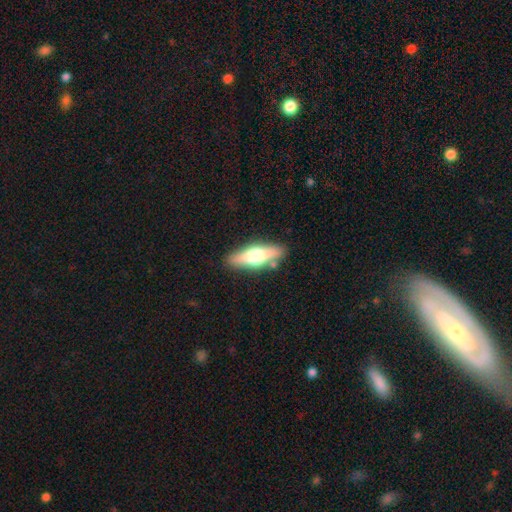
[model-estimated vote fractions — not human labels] Overall: smooth (49%; featured or disk 45%). Merging: none (84%).